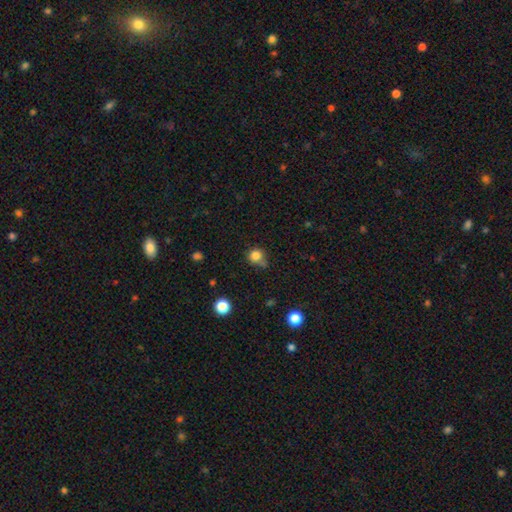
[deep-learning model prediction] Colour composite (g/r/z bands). It shows a smooth galaxy with no disk features (81%) that is round (90%). Merging: none (65%).